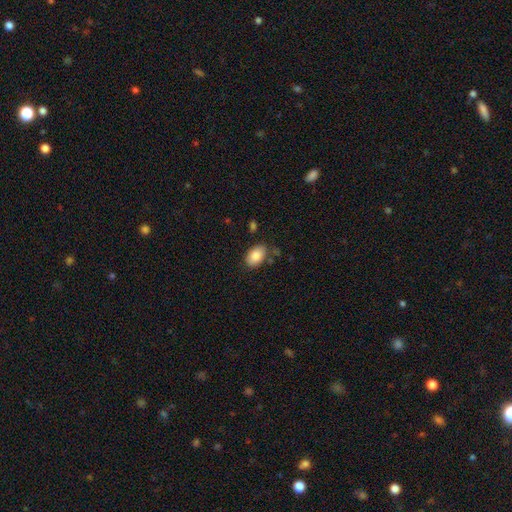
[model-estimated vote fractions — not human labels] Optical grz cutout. It shows a smooth galaxy with no disk features (86%) that is in between round and cigar-shaped (91%). Merging: none (78%).